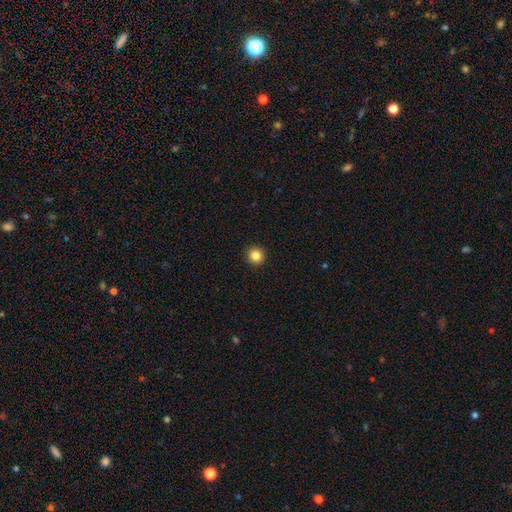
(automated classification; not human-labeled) Smooth or featured? smooth (85%)
How rounded? round (93%)
Merging? none (93%)